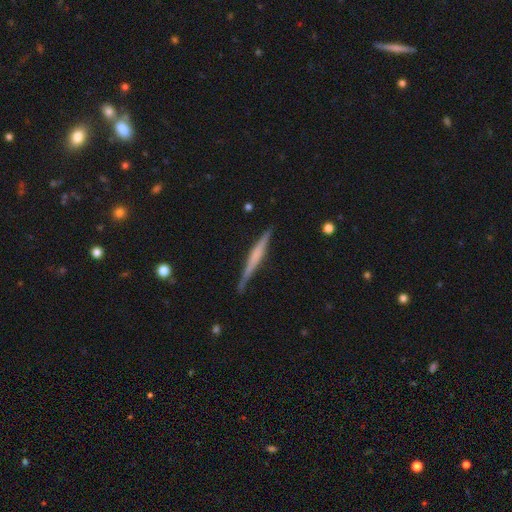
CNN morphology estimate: Smooth or featured? featured or disk (62%)
Edge-on disk? yes (98%)
Edge-on bulge? none (44%)
Merging? none (87%)